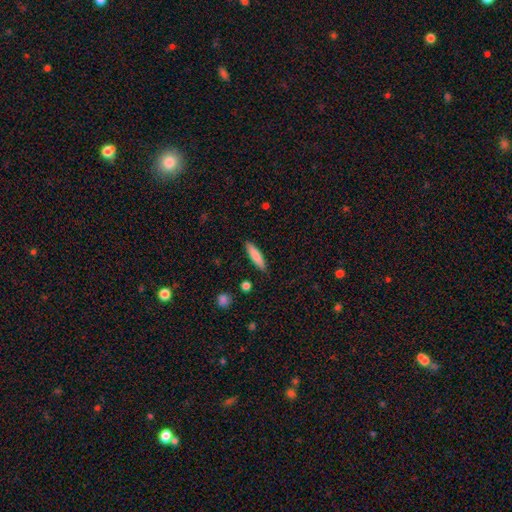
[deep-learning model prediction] Smooth or featured? Predicted: smooth (p=0.81). How rounded? Predicted: cigar-shaped (p=0.81). Merging? Predicted: none (p=0.88).